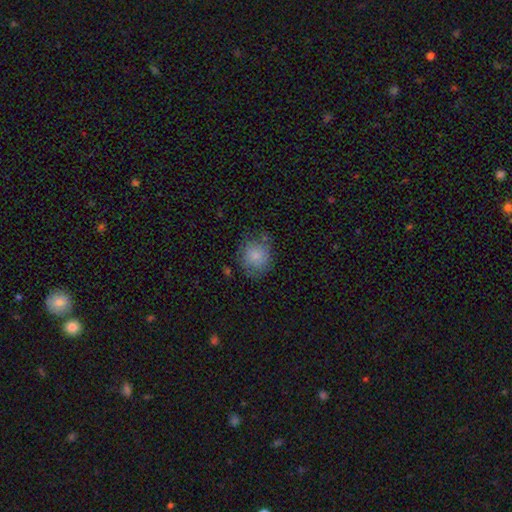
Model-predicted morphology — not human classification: Smooth or featured? Predicted: smooth (p=0.80). How rounded? Predicted: round (p=0.79). Merging? Predicted: none (p=0.69).